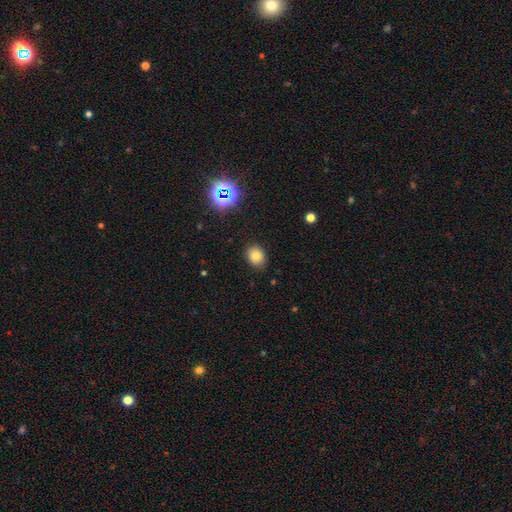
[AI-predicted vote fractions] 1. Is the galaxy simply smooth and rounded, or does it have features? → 77% smooth, 15% star or artifact, 9% featured or disk.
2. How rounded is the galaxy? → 54% round, 45% in between, 1% cigar-shaped.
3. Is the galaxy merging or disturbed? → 83% none, 13% minor disturbance, 3% major disturbance, 1% merger.